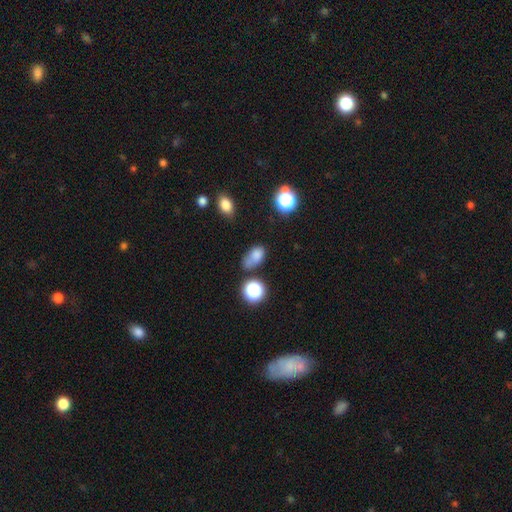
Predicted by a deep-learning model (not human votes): A smooth galaxy with no disk features (74%) that is in between round and cigar-shaped (81%). Merging: none (40%).